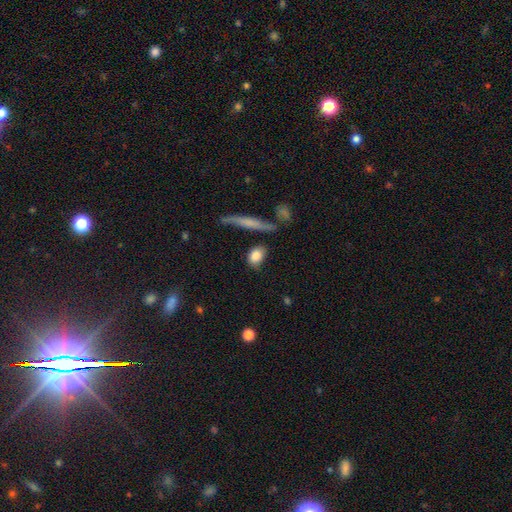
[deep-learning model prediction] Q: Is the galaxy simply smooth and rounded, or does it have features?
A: smooth — 82%.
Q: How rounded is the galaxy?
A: in between — 64%.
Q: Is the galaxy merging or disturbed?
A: none — 58%.